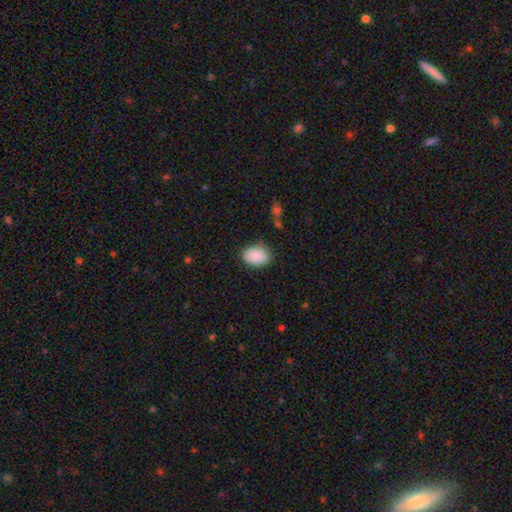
Smooth or featured? 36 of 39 (92%) said smooth. How rounded? 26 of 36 (72%) said in between. Merging? 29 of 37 (78%) said none.